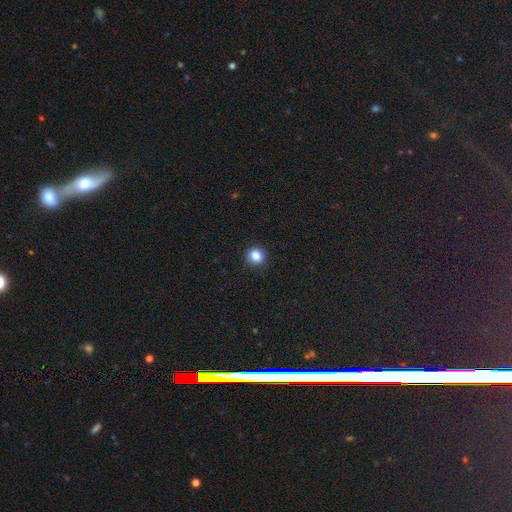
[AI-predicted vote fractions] Smooth or featured?
  - smooth: 85% *
  - star or artifact: 11%
  - featured or disk: 4%
How rounded?
  - round: 92% *
  - in between: 7%
  - cigar-shaped: 1%
Merging?
  - none: 89% *
  - minor disturbance: 7%
  - major disturbance: 2%
  - merger: 1%